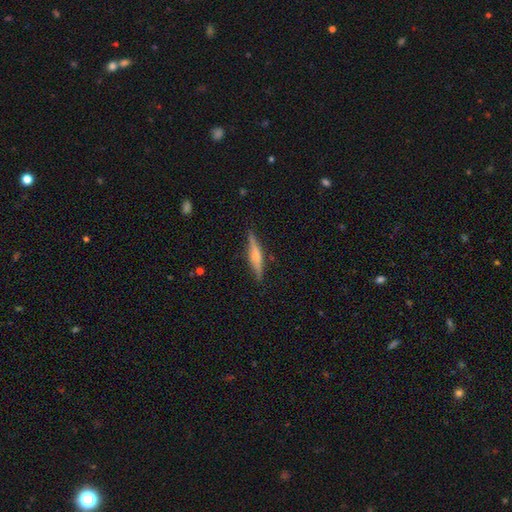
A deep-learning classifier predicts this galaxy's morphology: A featured or disk galaxy (59%) viewed edge-on (97%) with a rounded central bulge (68%).

Vote fractions:
- Smooth or featured? featured or disk: 59% / smooth: 35% / star or artifact: 7%
- Edge-on disk? yes: 97% / no: 3%
- Edge-on bulge? rounded: 68% / boxy: 17% / none: 16%
- Merging? none: 88% / minor disturbance: 9% / major disturbance: 2% / merger: 1%